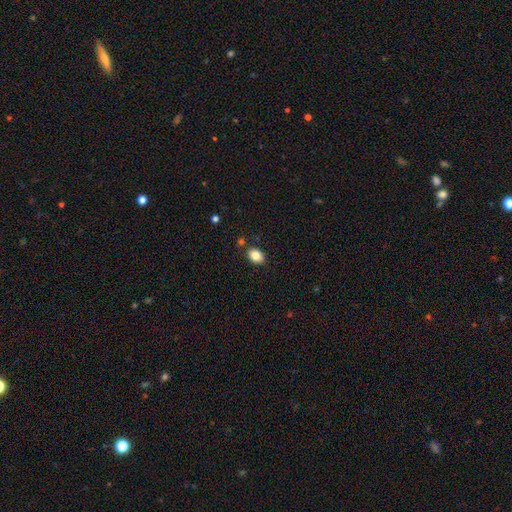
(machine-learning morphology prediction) Smooth or featured? smooth (84%)
How rounded? in between (74%)
Merging? none (84%)